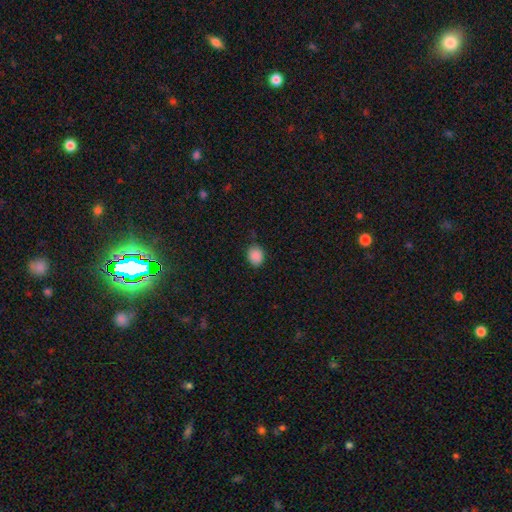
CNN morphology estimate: Q: Smooth or featured?
A: smooth (88%); runner-up: star or artifact (9%)
Q: How rounded?
A: round (60%); runner-up: in between (39%)
Q: Merging?
A: none (83%); runner-up: minor disturbance (13%)